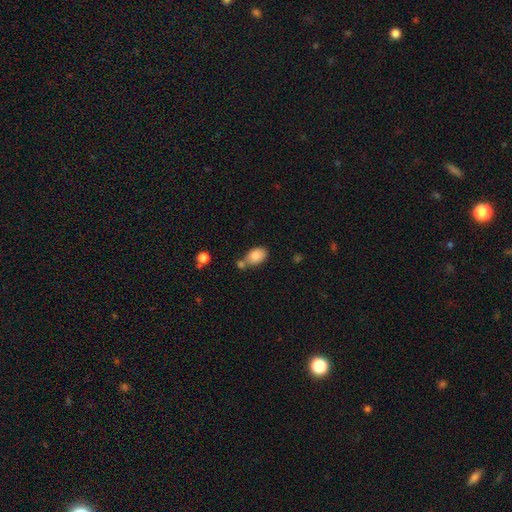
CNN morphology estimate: The model was most divided on "merging": none: 51%, merger: 28%, minor disturbance: 16%, major disturbance: 4%. More confident: how rounded — in between (88%); smooth or featured — smooth (84%).